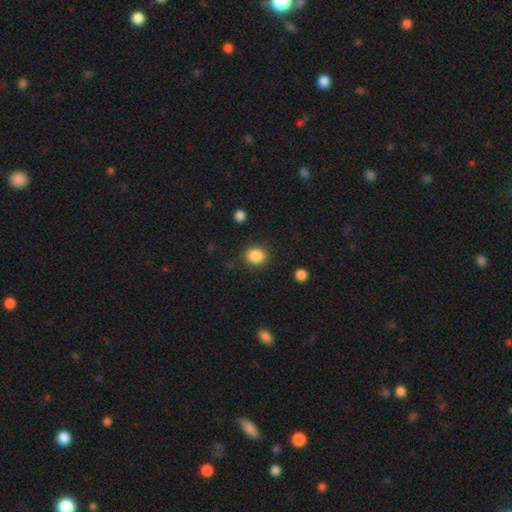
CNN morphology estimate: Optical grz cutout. It shows a smooth galaxy with no disk features (87%) that is round (74%). Merging: none (86%).